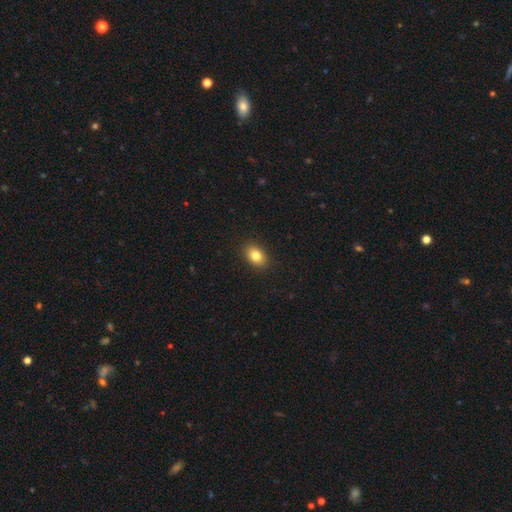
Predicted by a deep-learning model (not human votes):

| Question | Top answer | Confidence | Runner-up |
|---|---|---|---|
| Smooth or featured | smooth | 83% | star or artifact (9%) |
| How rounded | in between | 79% | round (19%) |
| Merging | none | 89% | minor disturbance (8%) |